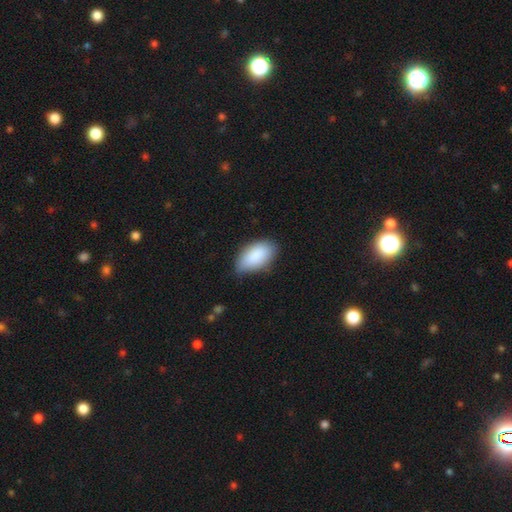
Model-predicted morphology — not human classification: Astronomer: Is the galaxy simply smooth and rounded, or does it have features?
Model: smooth — 88%.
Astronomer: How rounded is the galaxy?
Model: in between — 95%.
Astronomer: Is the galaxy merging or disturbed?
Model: none — 71%.